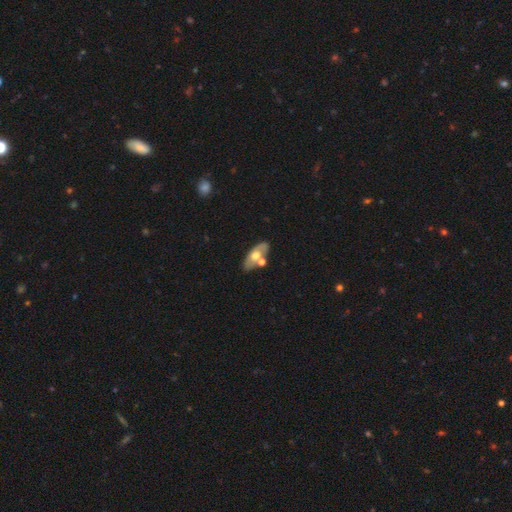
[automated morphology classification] smooth-or-featured: smooth: 47% | featured or disk: 46% | star or artifact: 7%
  merging: none: 62% | merger: 19% | minor disturbance: 14% | major disturbance: 4%